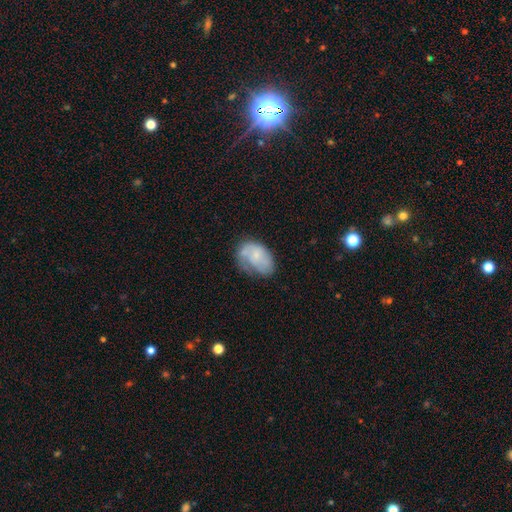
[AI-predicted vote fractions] Smooth or featured?
  - smooth: 48% *
  - featured or disk: 44%
  - star or artifact: 8%
Merging?
  - none: 39% *
  - minor disturbance: 34%
  - major disturbance: 22%
  - merger: 4%